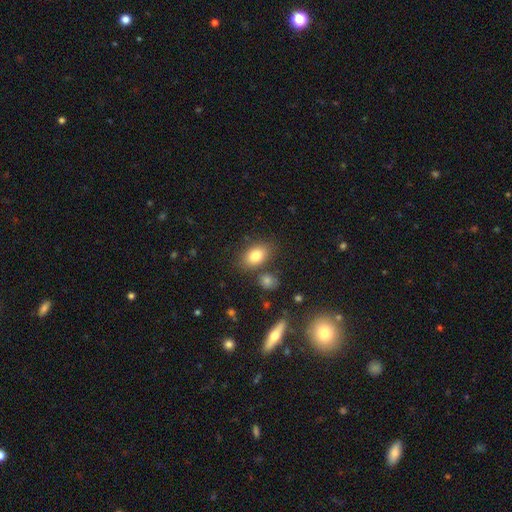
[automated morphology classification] type=smooth (81%); roundness=in between (84%); merging=none (75%).